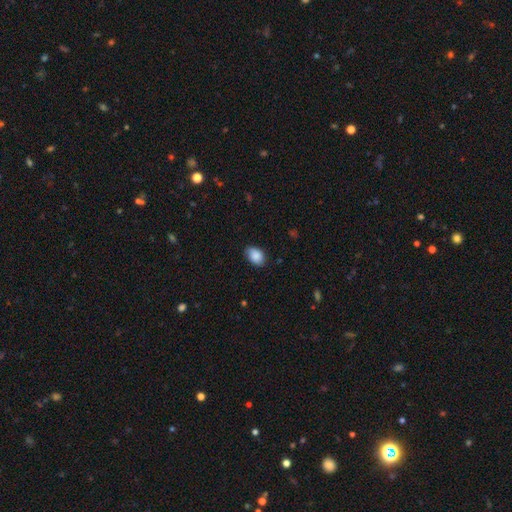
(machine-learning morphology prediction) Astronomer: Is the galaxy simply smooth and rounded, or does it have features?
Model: smooth — 87%.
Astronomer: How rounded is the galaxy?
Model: in between — 83%.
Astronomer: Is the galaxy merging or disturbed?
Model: none — 78%.